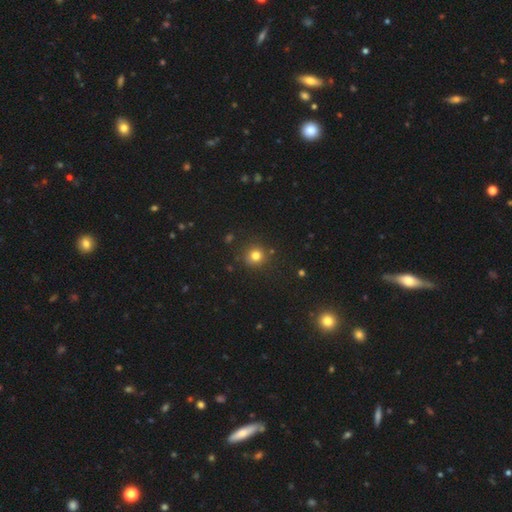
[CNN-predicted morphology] type=smooth (78%); roundness=round (92%); merging=none (87%).